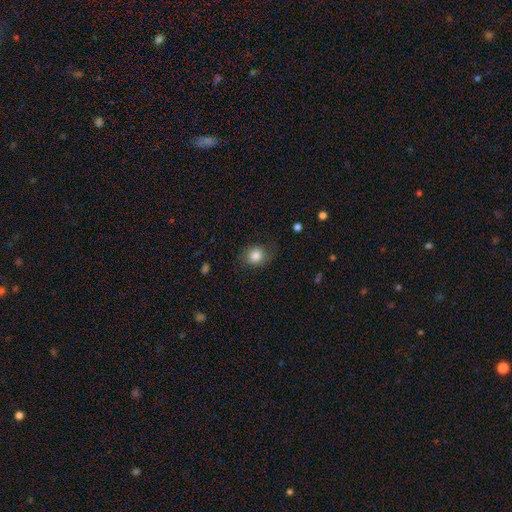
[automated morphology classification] This is clearly a smooth galaxy (82%). How rounded: likely round (69%). Merging: likely none (73%).